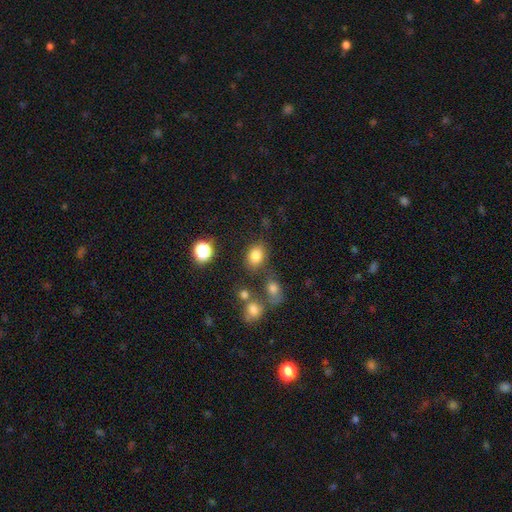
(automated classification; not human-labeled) Overall: smooth (80%). How rounded: in between (57%; round 42%). Merging: none (70%).